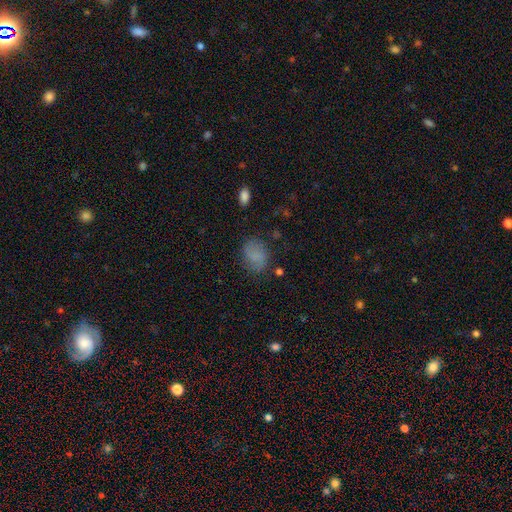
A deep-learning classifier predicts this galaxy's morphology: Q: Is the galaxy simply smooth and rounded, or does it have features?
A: smooth — 70%.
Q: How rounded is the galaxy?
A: in between — 67%.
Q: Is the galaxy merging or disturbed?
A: none — 71%.